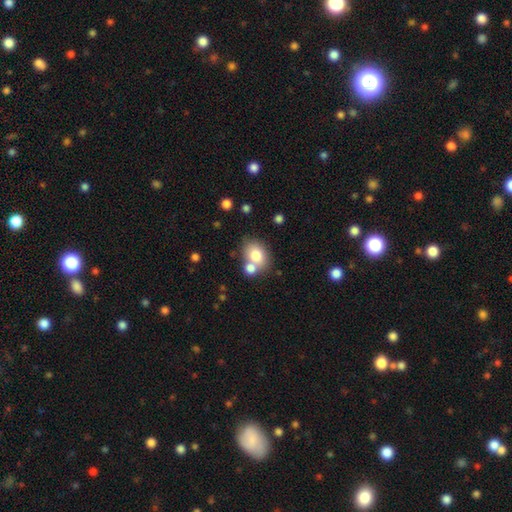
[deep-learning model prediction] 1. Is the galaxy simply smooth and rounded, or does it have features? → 76% smooth, 14% featured or disk, 10% star or artifact.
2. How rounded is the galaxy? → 61% in between, 38% round, 1% cigar-shaped.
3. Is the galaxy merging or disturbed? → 51% none, 33% merger, 12% minor disturbance, 4% major disturbance.